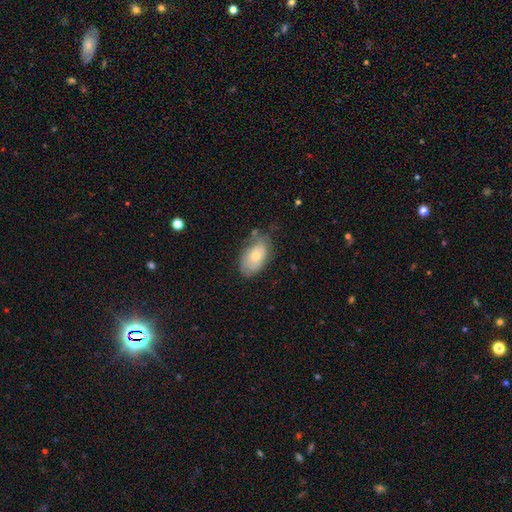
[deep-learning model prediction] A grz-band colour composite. It shows a smooth galaxy with no disk features (63%) that is in between round and cigar-shaped (90%). Merging: none (56%).